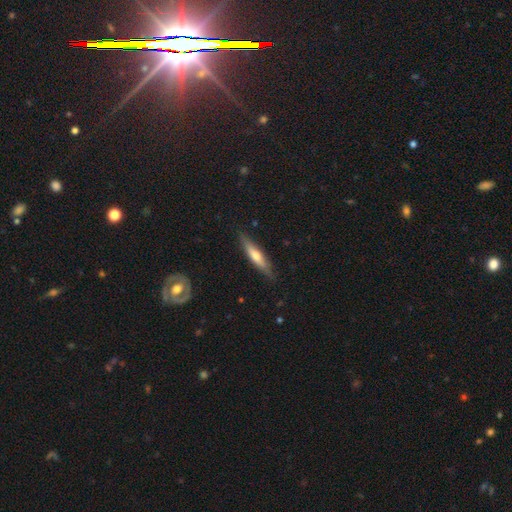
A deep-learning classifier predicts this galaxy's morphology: Overall: featured or disk (47%, tied with smooth). Merging: none (85%).